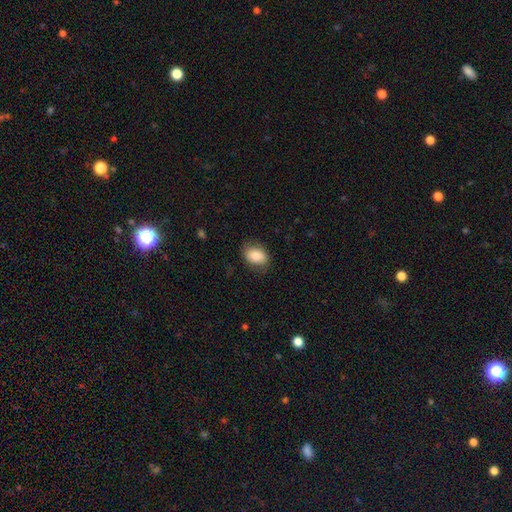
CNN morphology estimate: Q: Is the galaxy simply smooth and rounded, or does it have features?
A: smooth — 83%.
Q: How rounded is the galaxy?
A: in between — 78%.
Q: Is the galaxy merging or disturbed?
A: none — 80%.